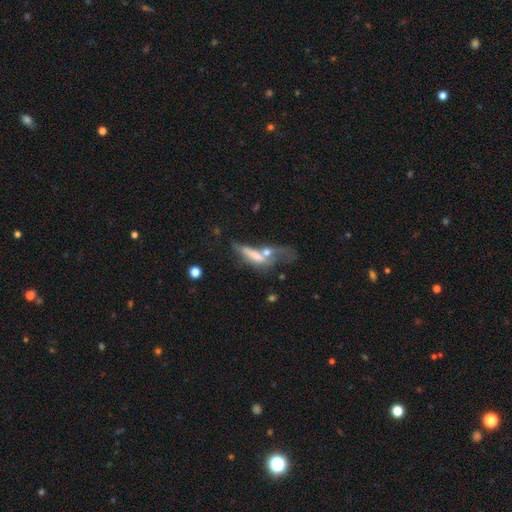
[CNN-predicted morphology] smooth 48%, featured or disk 42%, star or artifact 10%. Down the decision tree: merging — merger (44%).